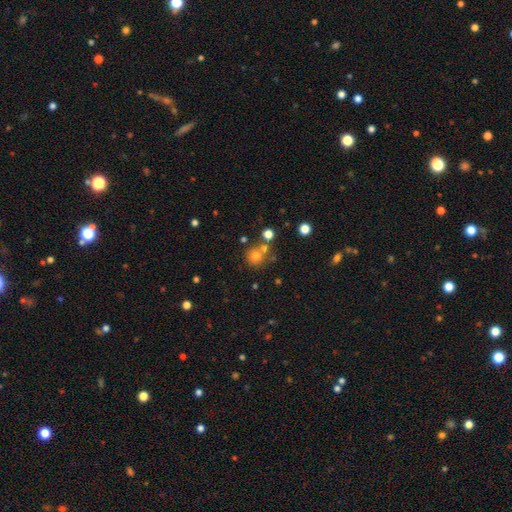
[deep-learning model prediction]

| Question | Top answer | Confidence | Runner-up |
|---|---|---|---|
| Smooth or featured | smooth | 71% | star or artifact (17%) |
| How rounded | round | 89% | in between (10%) |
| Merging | none | 62% | merger (25%) |